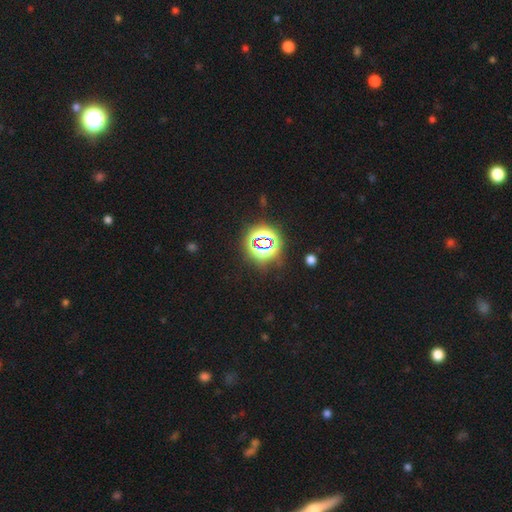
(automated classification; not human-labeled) This is likely a star or artifact rather than a galaxy (78%).